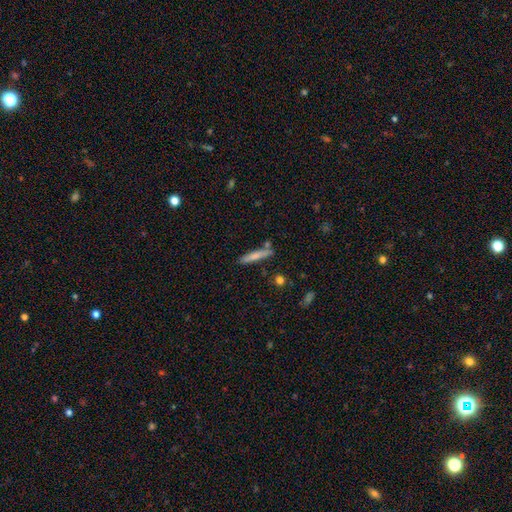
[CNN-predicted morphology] The model was most divided on "smooth or featured": smooth: 67%, featured or disk: 26%, star or artifact: 7%. More confident: how rounded — cigar-shaped (92%); merging — none (79%).